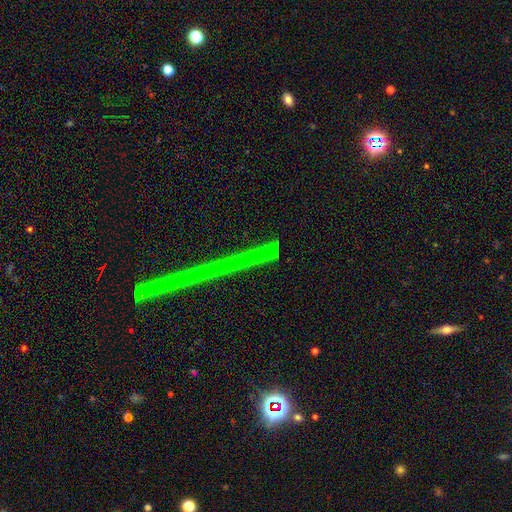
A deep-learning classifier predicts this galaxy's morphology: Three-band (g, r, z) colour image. It shows a star or artifact, not a galaxy (73%).